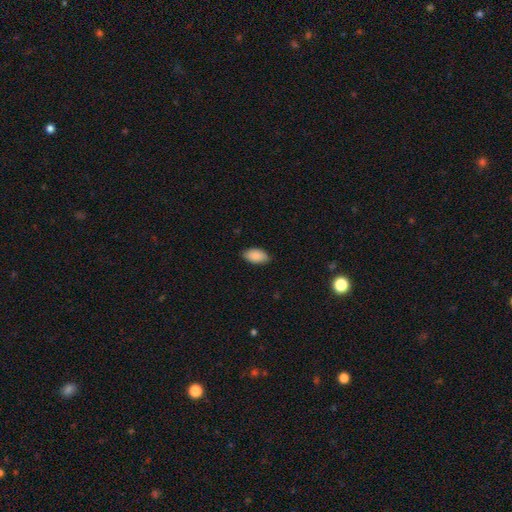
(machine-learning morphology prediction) The model was most divided on "merging": none: 84%, minor disturbance: 12%, major disturbance: 2%, merger: 1%. More confident: how rounded — in between (95%); smooth or featured — smooth (90%).